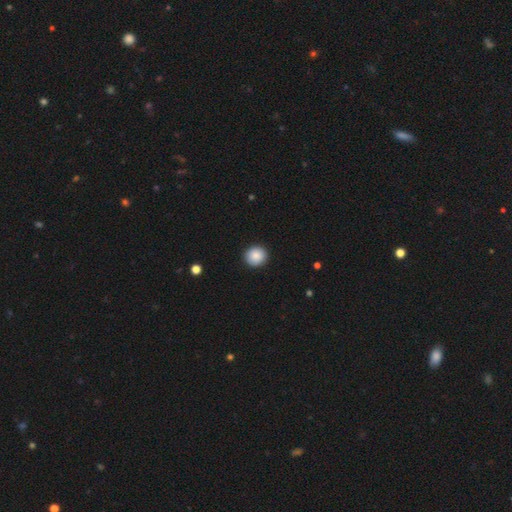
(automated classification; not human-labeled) Q: Smooth or featured?
A: smooth (88%); runner-up: star or artifact (8%)
Q: How rounded?
A: round (90%); runner-up: in between (9%)
Q: Merging?
A: none (92%); runner-up: minor disturbance (6%)